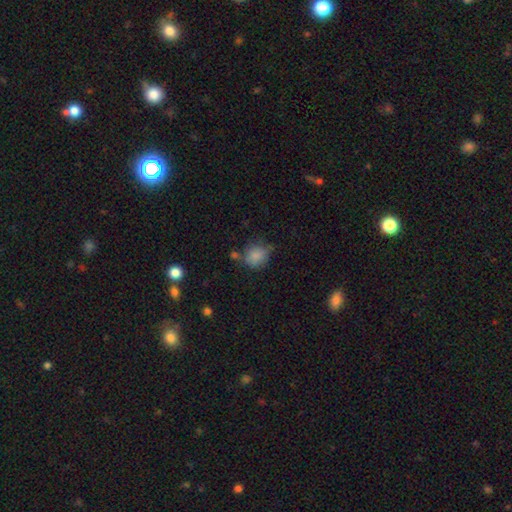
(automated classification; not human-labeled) A smooth galaxy with no disk features (83%) that is round (70%).

Vote fractions:
- Smooth or featured? smooth: 83% / star or artifact: 10% / featured or disk: 7%
- How rounded? round: 70% / in between: 28% / cigar-shaped: 1%
- Merging? none: 56% / minor disturbance: 26% / merger: 10% / major disturbance: 8%